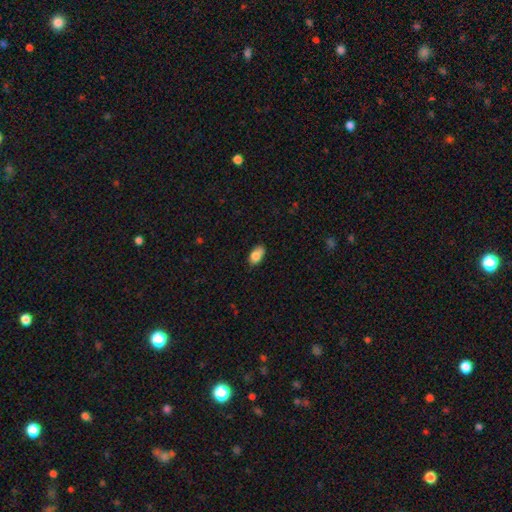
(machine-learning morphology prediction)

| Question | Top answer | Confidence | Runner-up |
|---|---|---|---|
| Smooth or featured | smooth | 82% | featured or disk (10%) |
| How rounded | in between | 90% | round (7%) |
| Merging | none | 68% | minor disturbance (25%) |